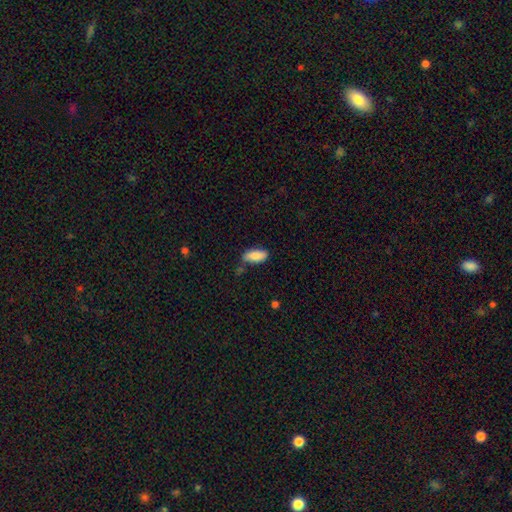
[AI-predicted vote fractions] This is clearly a smooth galaxy (87%). How rounded: clearly in between (83%). Merging: likely none (70%).